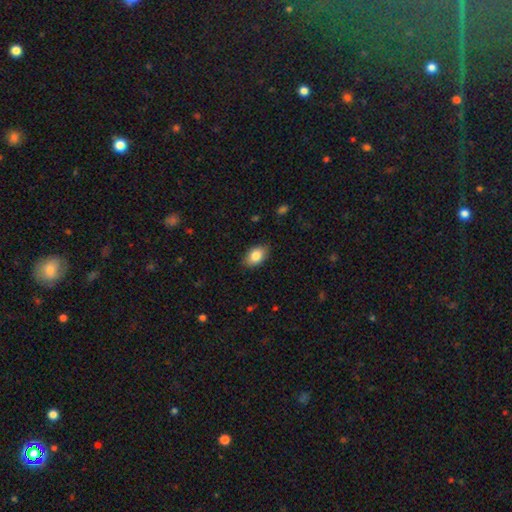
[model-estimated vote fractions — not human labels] Smooth or featured? Predicted: smooth (p=0.84). How rounded? Predicted: in between (p=0.88). Merging? Predicted: none (p=0.86).